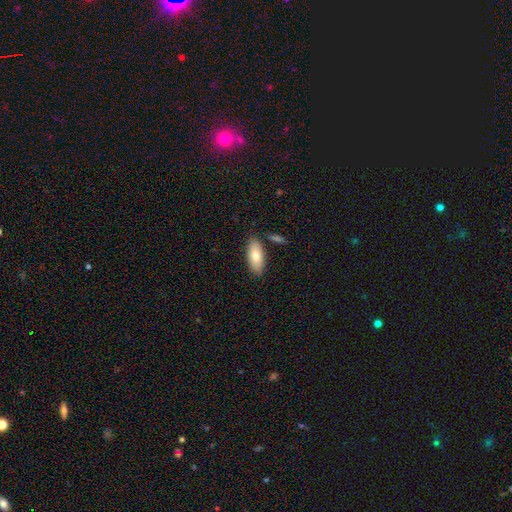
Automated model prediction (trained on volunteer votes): Smooth or featured? Predicted: smooth (p=0.79). How rounded? Predicted: in between (p=0.85). Merging? Predicted: none (p=0.83).